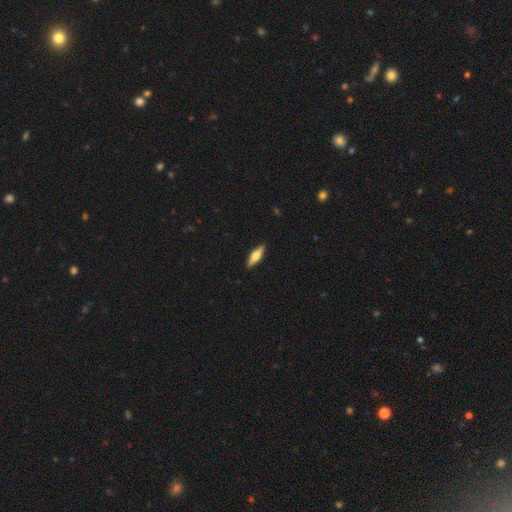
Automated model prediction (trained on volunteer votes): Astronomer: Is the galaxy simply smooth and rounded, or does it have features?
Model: smooth — 54% (runner-up: featured or disk, 40%).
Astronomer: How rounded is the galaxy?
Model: cigar-shaped — 60% (runner-up: in between, 38%).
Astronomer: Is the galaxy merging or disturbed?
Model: none — 90%.